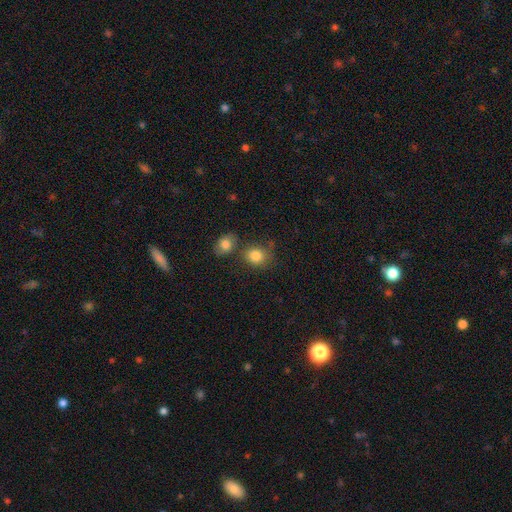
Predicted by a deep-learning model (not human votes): Smooth or featured: smooth — 84% (star or artifact — 9%)
How rounded: round — 70% (in between — 29%)
Merging: none — 63% (merger — 19%)